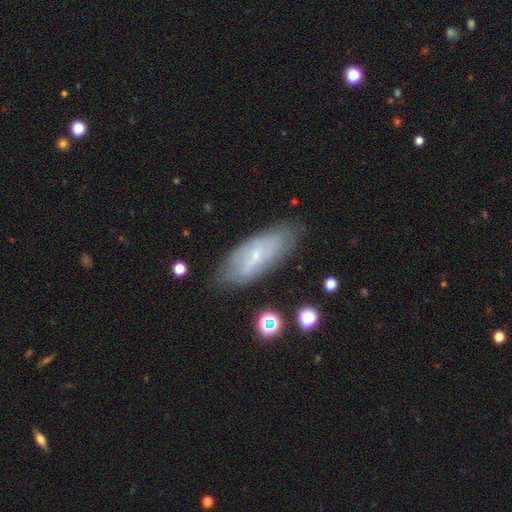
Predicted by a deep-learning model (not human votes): This appears to be a featured or disk galaxy (55%). Merging: none (74%).